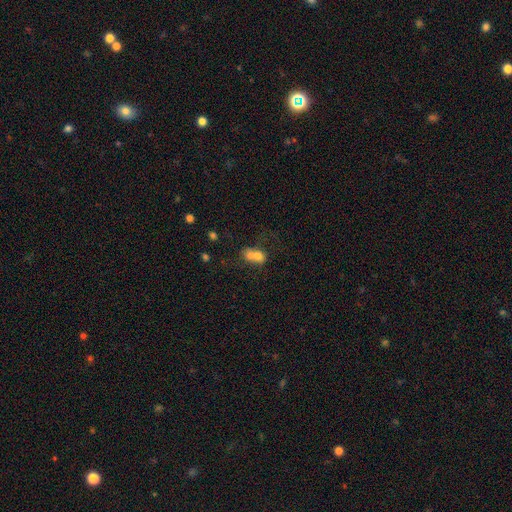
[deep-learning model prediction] The model was most divided on "how rounded": in between: 51%, round: 47%, cigar-shaped: 2%. More confident: merging — merger (70%); smooth or featured — smooth (67%).